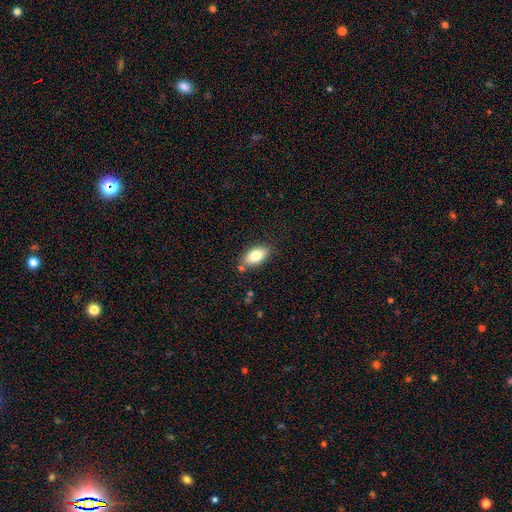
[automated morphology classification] type=smooth (80%); roundness=in between (91%); merging=none (79%).